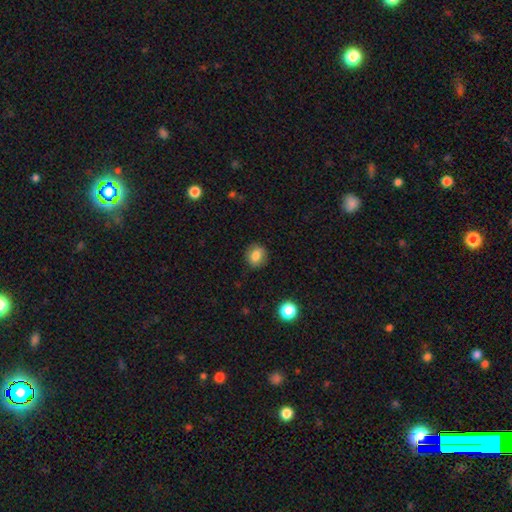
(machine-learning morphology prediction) This appears to be a smooth galaxy with no disk features (81%) that is round (75%). Merging: none (87%).